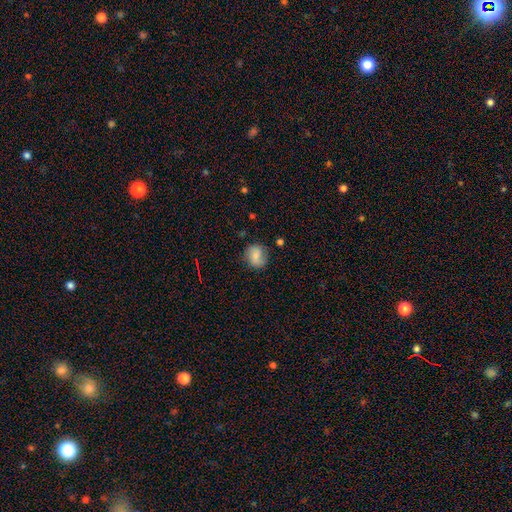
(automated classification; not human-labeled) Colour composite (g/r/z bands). It shows a smooth galaxy with no disk features (63%) that is round (76%). Merging: none (71%).